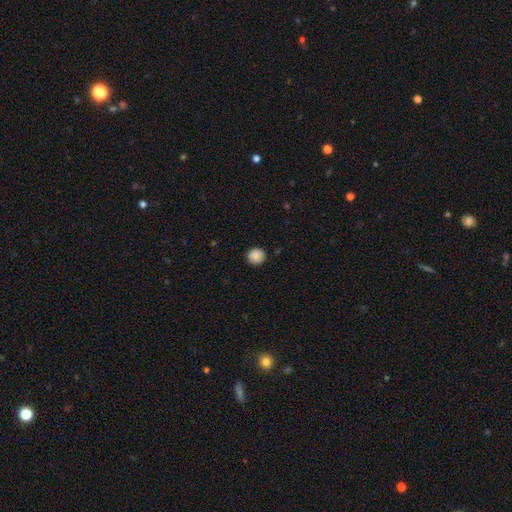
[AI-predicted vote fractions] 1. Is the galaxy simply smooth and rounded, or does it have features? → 87% smooth, 8% star or artifact, 4% featured or disk.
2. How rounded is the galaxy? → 91% round, 8% in between, 1% cigar-shaped.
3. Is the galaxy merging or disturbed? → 88% none, 9% minor disturbance, 2% major disturbance, 1% merger.